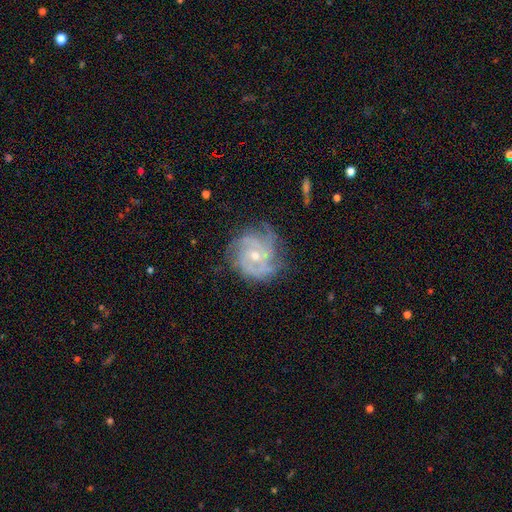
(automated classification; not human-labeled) A featured or disk galaxy (85%) with no bar (70%), 3 (29%) tight (61%) spiral arms (96%) and a small central bulge (55%). Merging: none (69%).